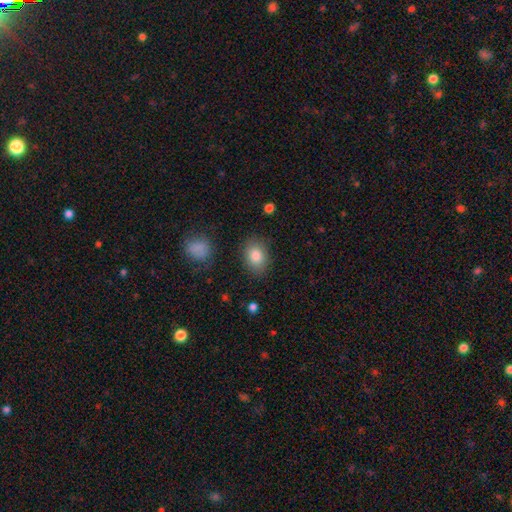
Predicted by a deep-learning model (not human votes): This appears to be a smooth galaxy with no disk features (84%) that is in between round and cigar-shaped (73%). Merging: none (83%).